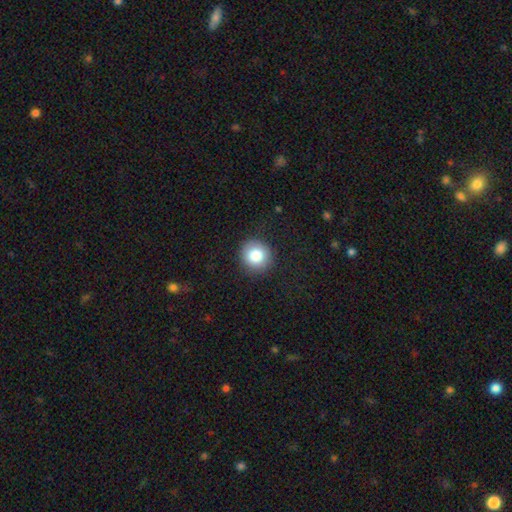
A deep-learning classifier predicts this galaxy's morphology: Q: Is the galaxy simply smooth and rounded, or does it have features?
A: smooth — 83%.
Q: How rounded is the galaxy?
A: round — 91%.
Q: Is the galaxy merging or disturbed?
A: none — 88%.